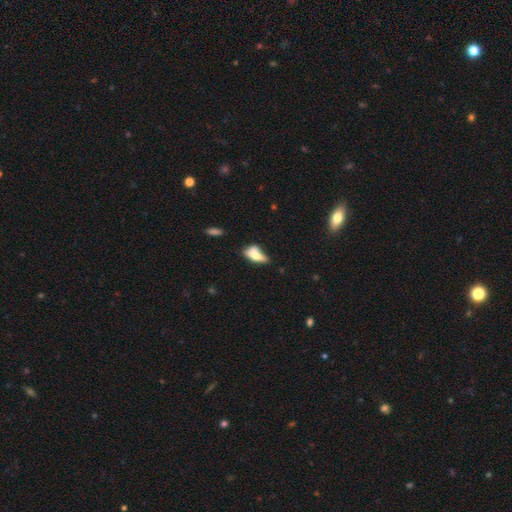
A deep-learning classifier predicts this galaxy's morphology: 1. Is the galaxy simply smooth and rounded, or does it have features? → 61% smooth, 30% featured or disk, 9% star or artifact.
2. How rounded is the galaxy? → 77% in between, 16% cigar-shaped, 6% round.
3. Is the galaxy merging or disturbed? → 30% merger, 29% none, 25% minor disturbance, 16% major disturbance.